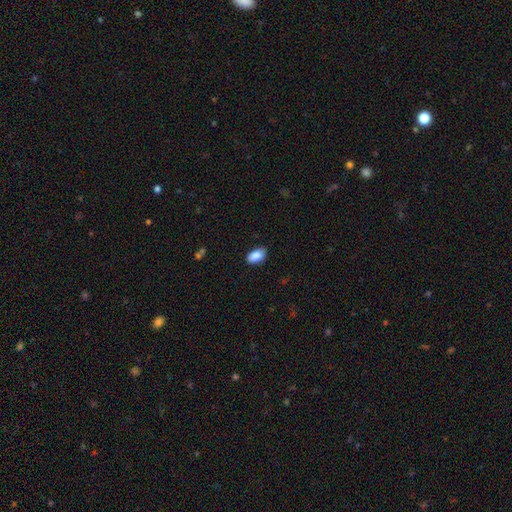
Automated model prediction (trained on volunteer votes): This appears to be a smooth galaxy with no disk features (88%) that is in between round and cigar-shaped (92%). Merging: none (83%).